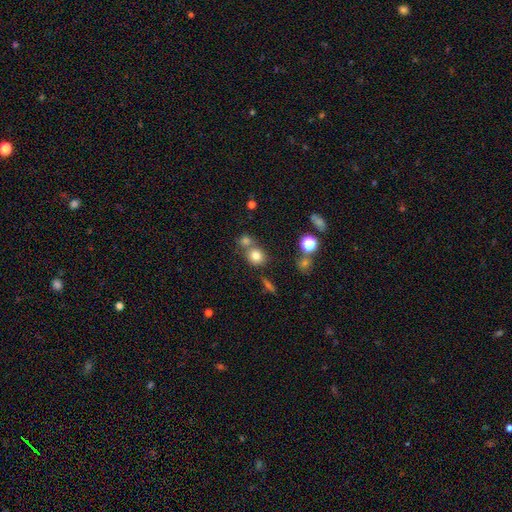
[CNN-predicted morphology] smooth 79%, star or artifact 13%, featured or disk 8%. Down the decision tree: how rounded — round (79%); merging — none (58%).